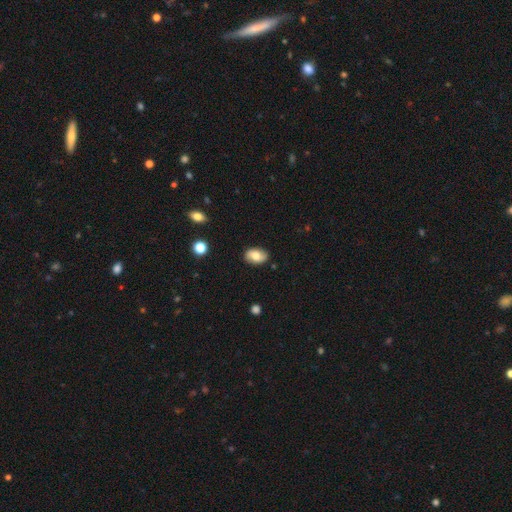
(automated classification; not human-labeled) This appears to be a smooth galaxy with no disk features (74%) that is in between round and cigar-shaped (87%). Merging: none (85%).